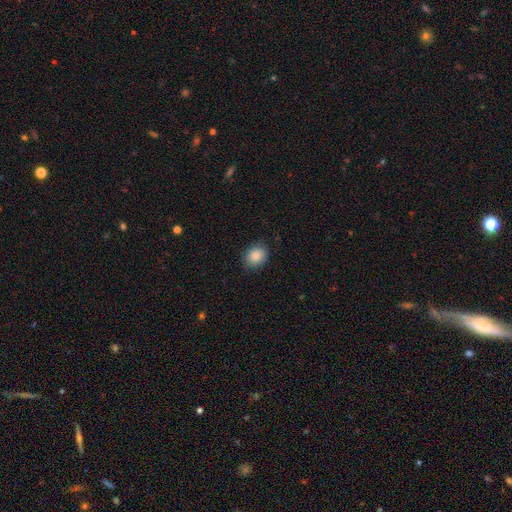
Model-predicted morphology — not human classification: Q: Smooth or featured?
A: smooth (88%); runner-up: star or artifact (8%)
Q: How rounded?
A: in between (51%); runner-up: round (48%)
Q: Merging?
A: none (87%); runner-up: minor disturbance (10%)